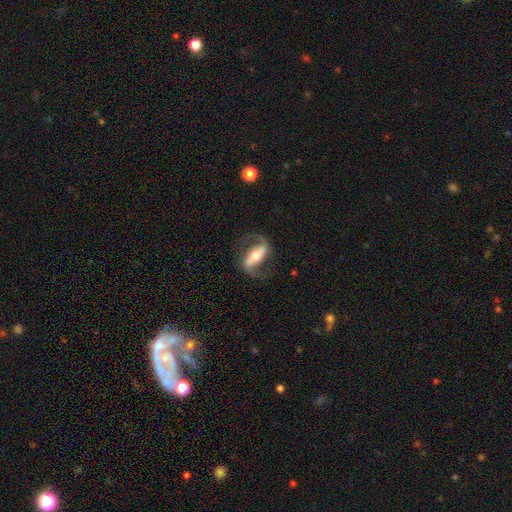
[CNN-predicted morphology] The model was most divided on "spiral winding": medium: 45%, loose: 44%, tight: 11%. More confident: spiral arms — yes (95%); edge-on disk — no (92%); spiral arm count — 2 (92%); smooth or featured — featured or disk (88%); merging — none (77%); bar — strong (64%); bulge size — moderate (60%).